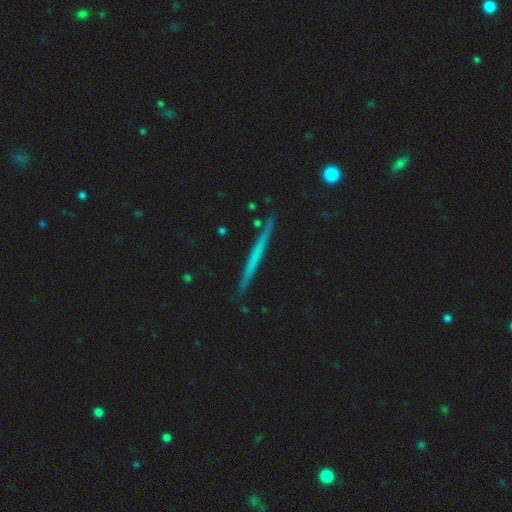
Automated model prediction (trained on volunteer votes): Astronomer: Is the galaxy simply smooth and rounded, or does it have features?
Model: featured or disk — 51% (runner-up: smooth, 42%).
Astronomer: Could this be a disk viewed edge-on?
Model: yes — 97%.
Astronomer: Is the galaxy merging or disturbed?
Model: none — 89%.